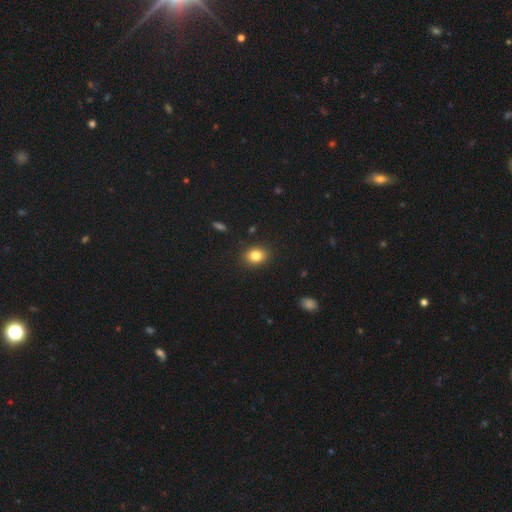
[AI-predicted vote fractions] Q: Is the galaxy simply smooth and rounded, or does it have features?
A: smooth — 83%.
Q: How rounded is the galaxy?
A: in between — 50%.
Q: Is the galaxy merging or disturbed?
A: none — 89%.